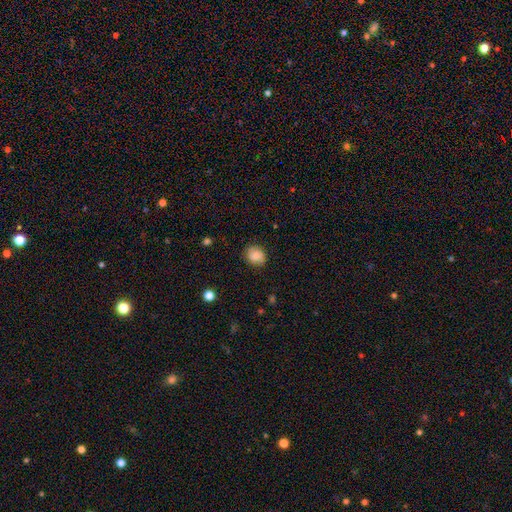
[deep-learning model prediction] Morphology: type=smooth (83%); roundness=round (63%); merging=none (80%).